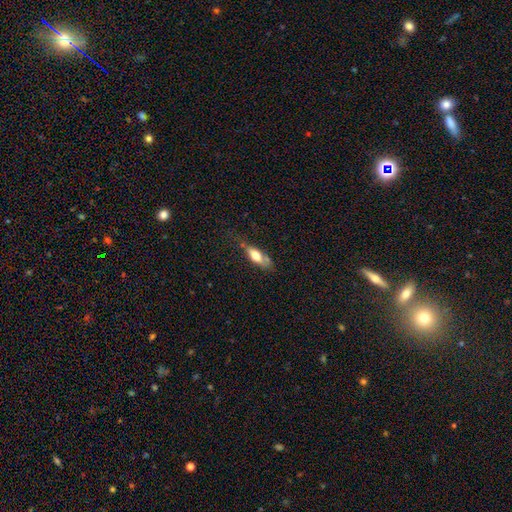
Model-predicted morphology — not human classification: Smooth or featured? Predicted: smooth (p=0.65). How rounded? Predicted: in between (p=0.65). Merging? Predicted: none (p=0.47).